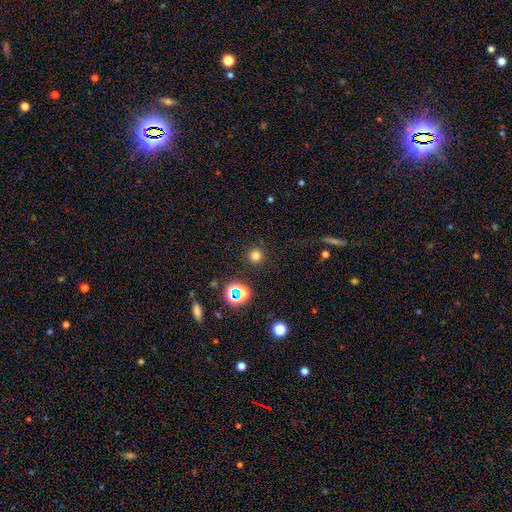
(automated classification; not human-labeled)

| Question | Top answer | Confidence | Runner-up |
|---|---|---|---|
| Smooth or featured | smooth | 74% | star or artifact (21%) |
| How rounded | round | 96% | in between (3%) |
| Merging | none | 90% | minor disturbance (6%) |